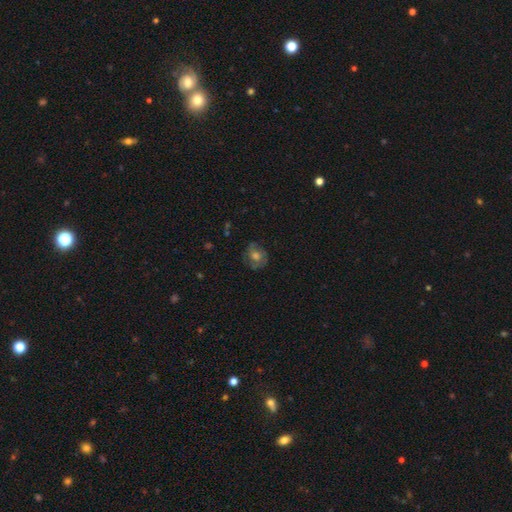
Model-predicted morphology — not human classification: Smooth or featured? featured or disk (46%)
Merging? none (74%)